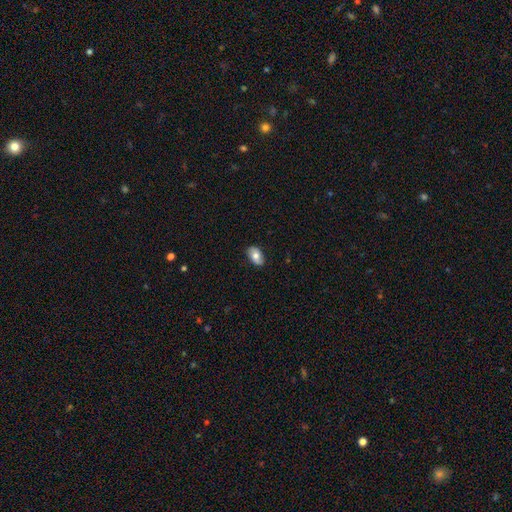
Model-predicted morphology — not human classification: smooth_or_featured: smooth (p=0.72) [alt: featured or disk p=0.21]
how_rounded: in between (p=0.91) [alt: round p=0.07]
merging: none (p=0.84) [alt: minor disturbance p=0.13]